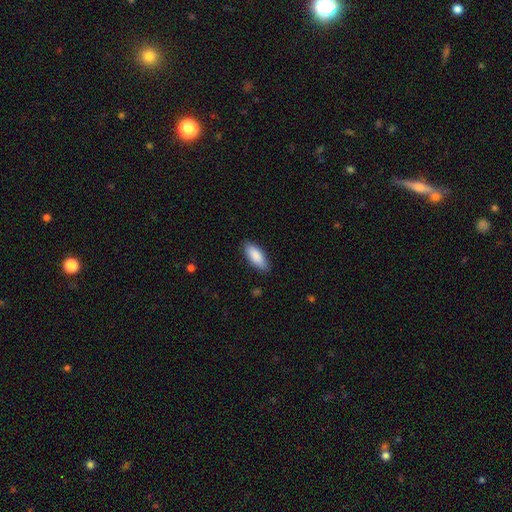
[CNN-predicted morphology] Smooth or featured? Predicted: smooth (p=0.87). How rounded? Predicted: in between (p=0.78). Merging? Predicted: none (p=0.85).